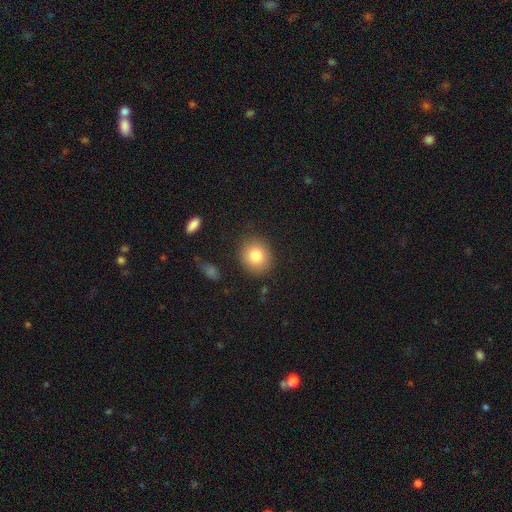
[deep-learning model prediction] Smooth or featured?
  - smooth: 82% *
  - star or artifact: 9%
  - featured or disk: 9%
How rounded?
  - round: 76% *
  - in between: 23%
  - cigar-shaped: 1%
Merging?
  - none: 86% *
  - minor disturbance: 9%
  - major disturbance: 3%
  - merger: 2%